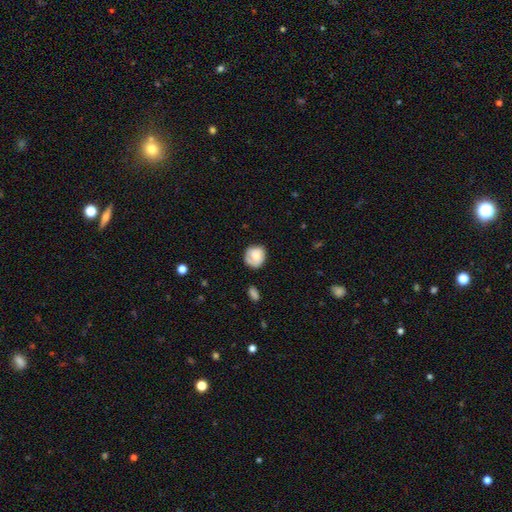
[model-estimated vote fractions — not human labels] Overall: smooth (66%; featured or disk 27%). How rounded: round (81%). Merging: none (67%).